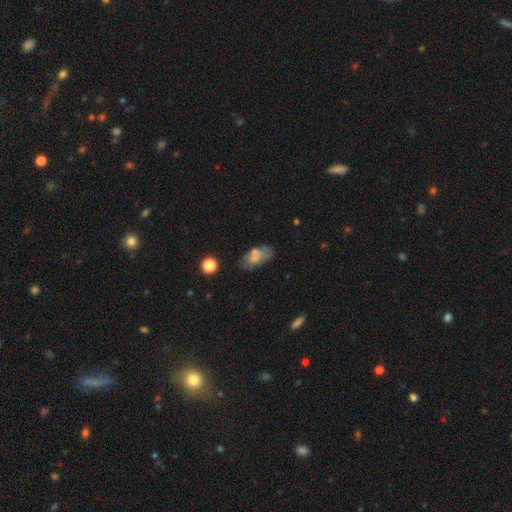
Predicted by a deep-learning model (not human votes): Morphology: type=smooth (63%); roundness=in between (88%); merging=none (52%).